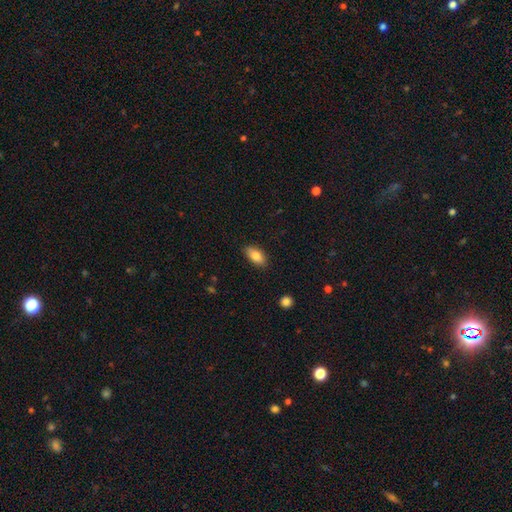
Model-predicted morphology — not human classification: Overall: smooth (84%). How rounded: in between (90%). Merging: none (86%).